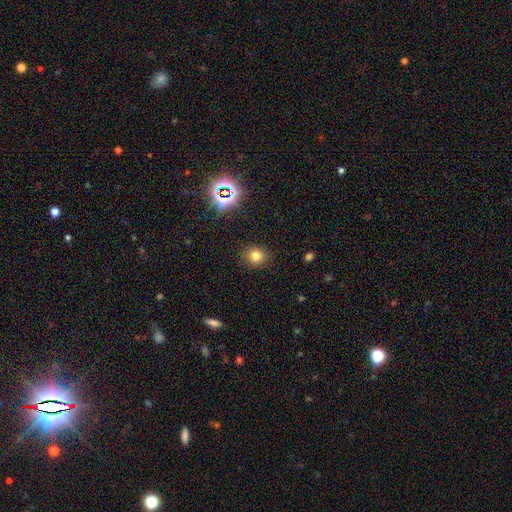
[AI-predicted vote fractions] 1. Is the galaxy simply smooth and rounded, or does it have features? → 76% smooth, 17% star or artifact, 7% featured or disk.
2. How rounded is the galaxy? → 83% round, 16% in between, 1% cigar-shaped.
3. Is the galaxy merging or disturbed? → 89% none, 7% minor disturbance, 3% major disturbance, 1% merger.